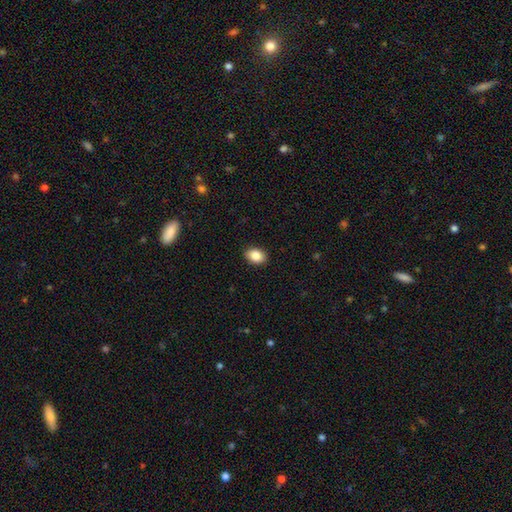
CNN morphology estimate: smooth_or_featured: smooth (p=0.86) [alt: star or artifact p=0.08]
how_rounded: in between (p=0.77) [alt: round p=0.22]
merging: none (p=0.90) [alt: minor disturbance p=0.08]